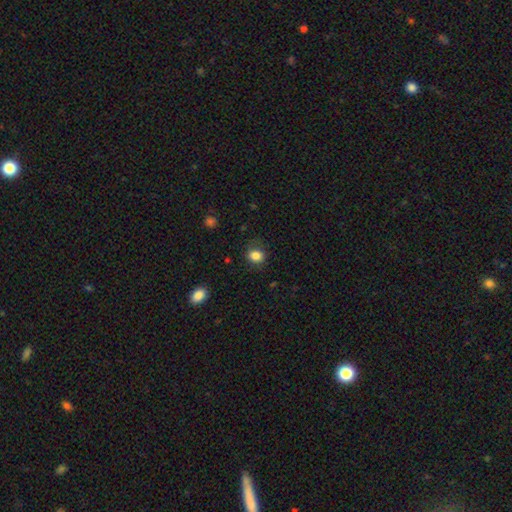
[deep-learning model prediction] smooth_or_featured: smooth (p=0.84) [alt: star or artifact p=0.10]
how_rounded: round (p=0.54) [alt: in between p=0.45]
merging: none (p=0.71) [alt: minor disturbance p=0.20]